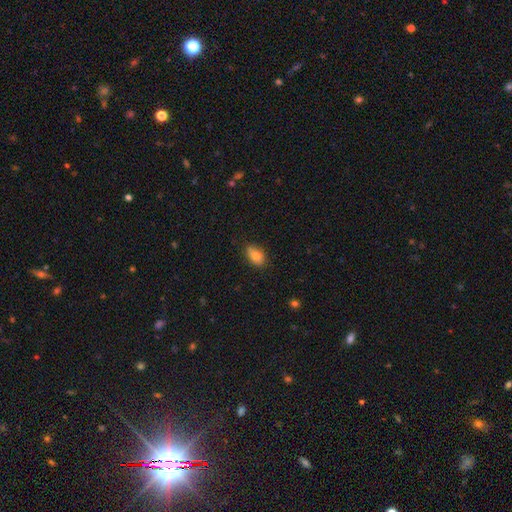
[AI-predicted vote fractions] Smooth or featured? smooth (82%)
How rounded? in between (88%)
Merging? none (82%)